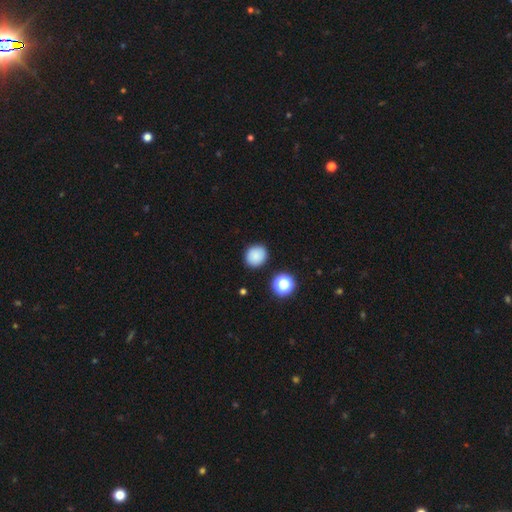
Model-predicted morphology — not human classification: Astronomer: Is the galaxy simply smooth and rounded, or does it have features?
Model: smooth — 84%.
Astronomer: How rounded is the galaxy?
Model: round — 76%.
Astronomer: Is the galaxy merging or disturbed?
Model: none — 88%.